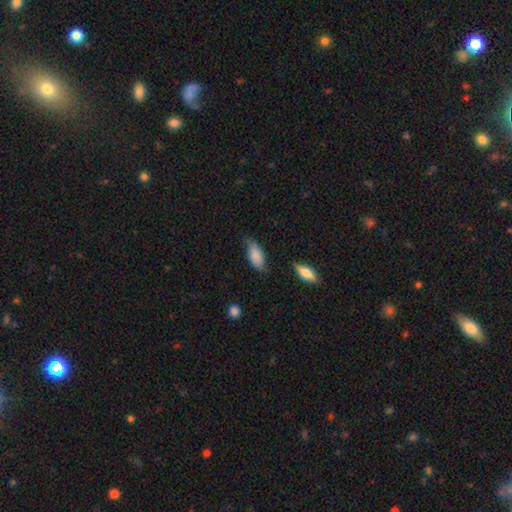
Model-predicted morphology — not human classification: Smooth or featured? Predicted: smooth (p=0.83). How rounded? Predicted: in between (p=0.85). Merging? Predicted: none (p=0.63).